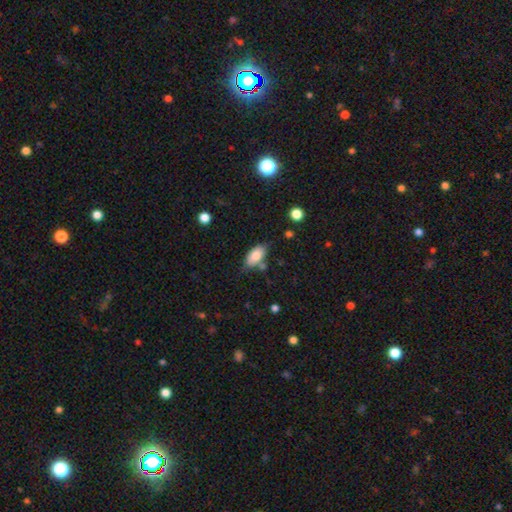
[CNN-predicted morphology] Smooth or featured: smooth — 79% (featured or disk — 13%)
How rounded: in between — 91% (cigar-shaped — 6%)
Merging: none — 67% (minor disturbance — 20%)